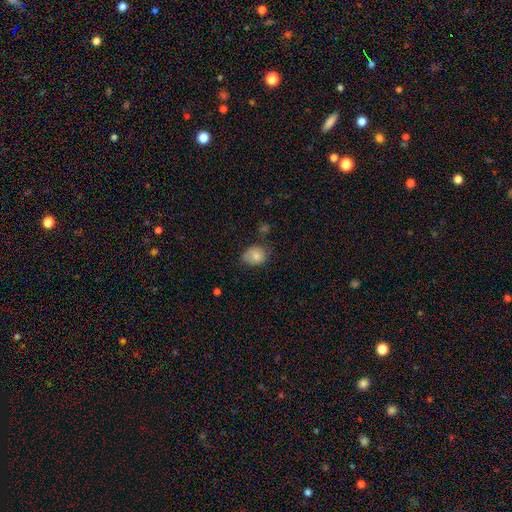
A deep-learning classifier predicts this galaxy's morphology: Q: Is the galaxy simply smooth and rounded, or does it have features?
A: smooth — 76%.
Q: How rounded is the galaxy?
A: in between — 58%.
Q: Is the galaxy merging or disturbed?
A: none — 61%.